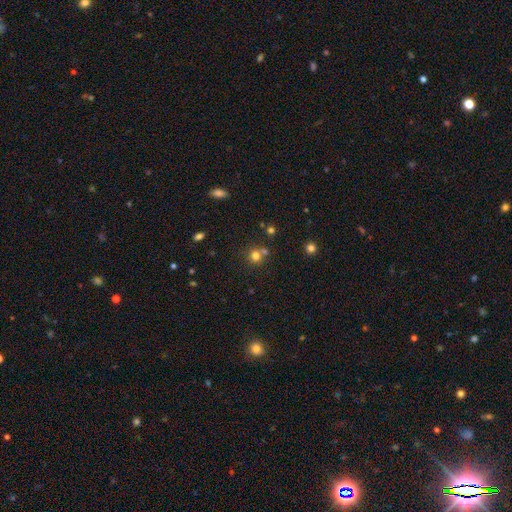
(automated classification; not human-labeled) smooth_or_featured: smooth (p=0.75) [alt: star or artifact p=0.17]
how_rounded: round (p=0.89) [alt: in between p=0.10]
merging: none (p=0.61) [alt: merger p=0.28]